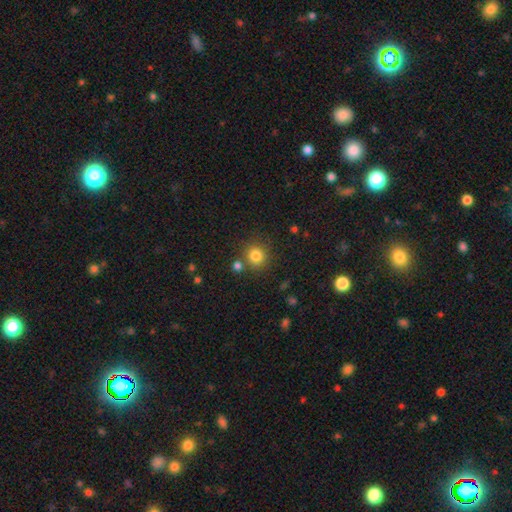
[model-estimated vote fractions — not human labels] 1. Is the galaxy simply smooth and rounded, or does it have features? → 81% smooth, 13% star or artifact, 6% featured or disk.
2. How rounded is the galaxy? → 91% round, 8% in between, 1% cigar-shaped.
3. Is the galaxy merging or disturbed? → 78% none, 11% merger, 8% minor disturbance, 3% major disturbance.